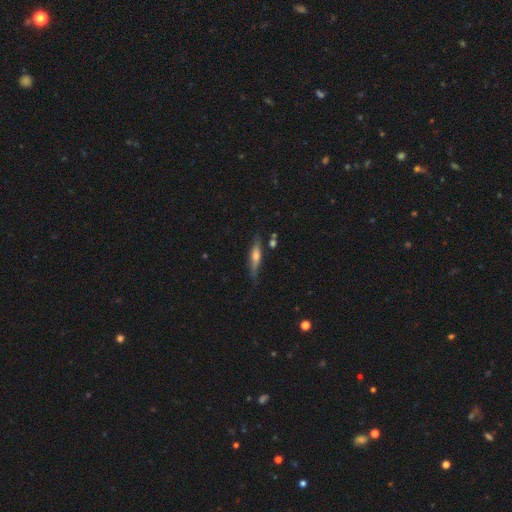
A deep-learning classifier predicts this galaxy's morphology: Smooth or featured? Predicted: featured or disk (p=0.58). Edge-on disk? Predicted: yes (p=0.95). Edge-on bulge? Predicted: rounded (p=0.81). Merging? Predicted: none (p=0.78).